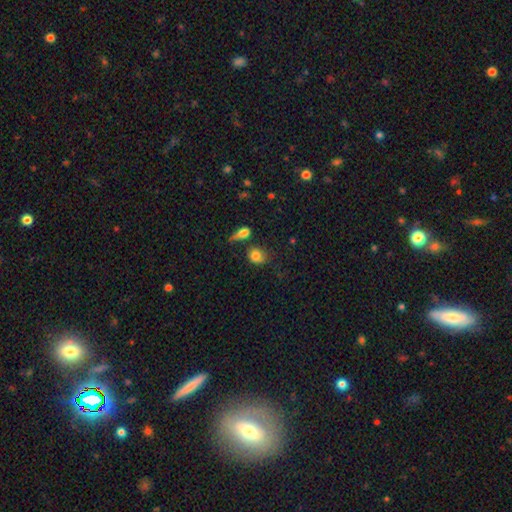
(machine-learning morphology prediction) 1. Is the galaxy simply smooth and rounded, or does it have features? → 81% smooth, 11% star or artifact, 8% featured or disk.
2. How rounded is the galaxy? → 66% round, 32% in between, 2% cigar-shaped.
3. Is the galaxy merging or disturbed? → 60% none, 20% minor disturbance, 13% merger, 8% major disturbance.